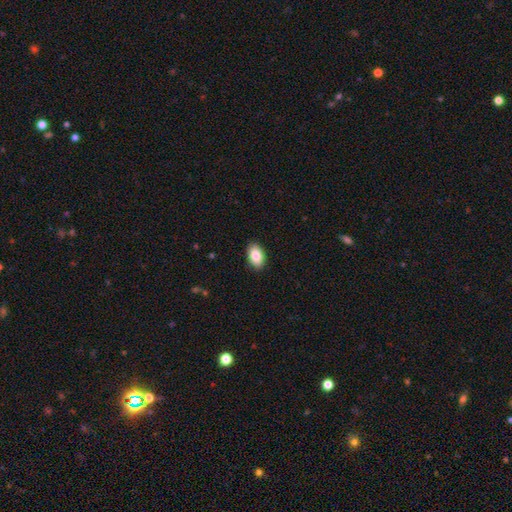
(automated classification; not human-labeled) smooth_or_featured: smooth (p=0.88) [alt: star or artifact p=0.07]
how_rounded: in between (p=0.93) [alt: round p=0.05]
merging: none (p=0.90) [alt: minor disturbance p=0.08]